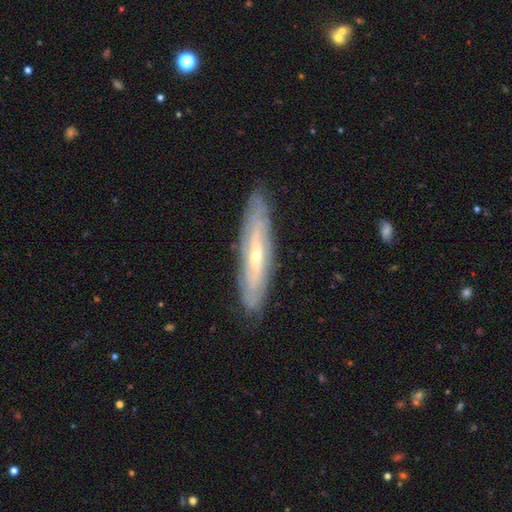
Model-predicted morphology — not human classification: smooth-or-featured: featured or disk: 76% | smooth: 18% | star or artifact: 6%
  disk-edge-on: no: 51% | yes: 49%
  merging: none: 85% | minor disturbance: 11% | major disturbance: 2% | merger: 1%